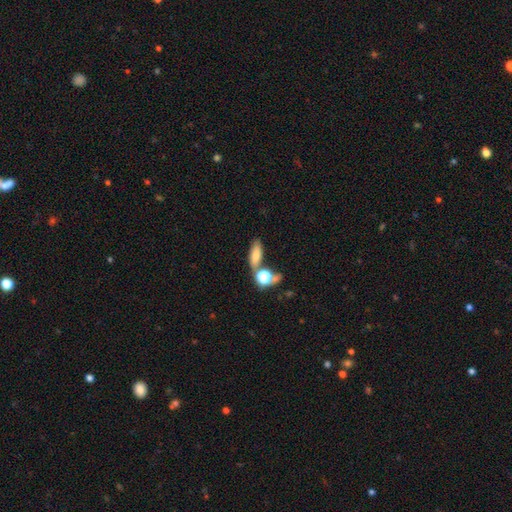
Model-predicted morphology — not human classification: smooth 74%, featured or disk 14%, star or artifact 12%. Down the decision tree: how rounded — in between (66%); merging — none (50%).